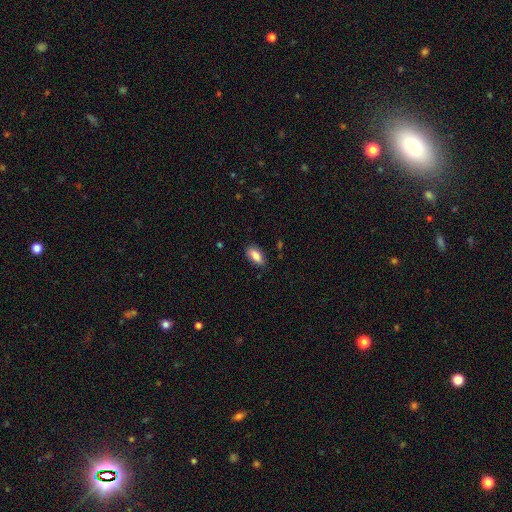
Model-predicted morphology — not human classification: type=smooth (86%); roundness=in between (89%); merging=none (83%).